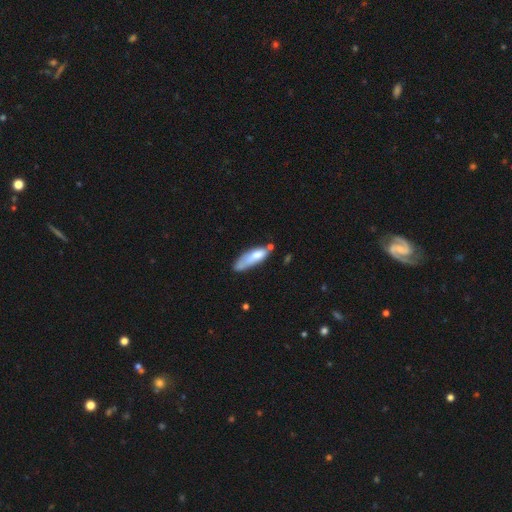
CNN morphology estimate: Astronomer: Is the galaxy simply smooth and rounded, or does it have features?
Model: smooth — 69%.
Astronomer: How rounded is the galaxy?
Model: cigar-shaped — 53% (runner-up: in between, 46%).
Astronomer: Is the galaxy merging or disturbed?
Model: none — 37% (runner-up: minor disturbance, 31%).